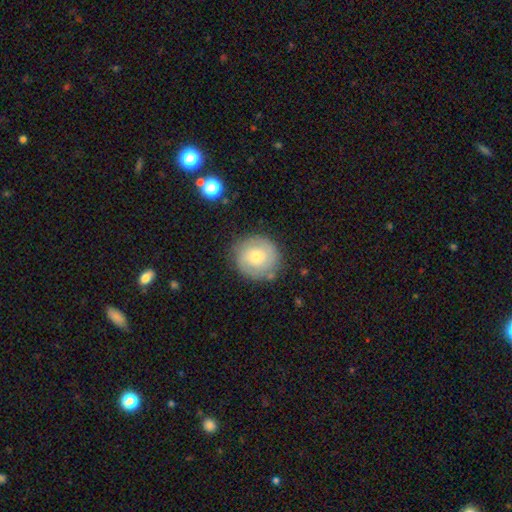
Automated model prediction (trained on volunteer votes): Overall: featured or disk (53%; smooth 39%). Edge-on disk: no (97%). Bar: no (76%). Spiral arms: yes (78%). Bulge size: small (47%, tied with moderate). Merging: none (82%).